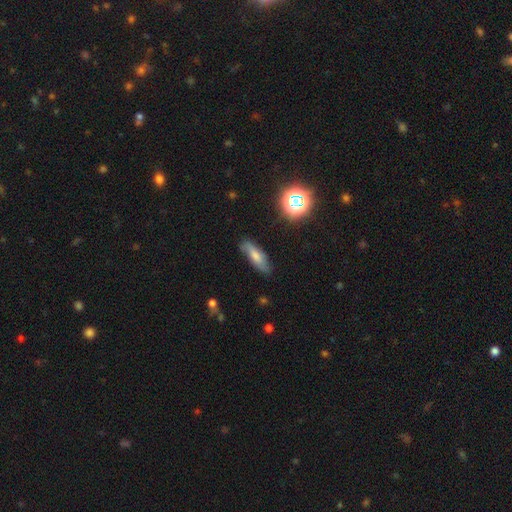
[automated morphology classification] Overall: smooth (61%; featured or disk 28%). How rounded: in between (55%; cigar-shaped 42%). Merging: none (75%).